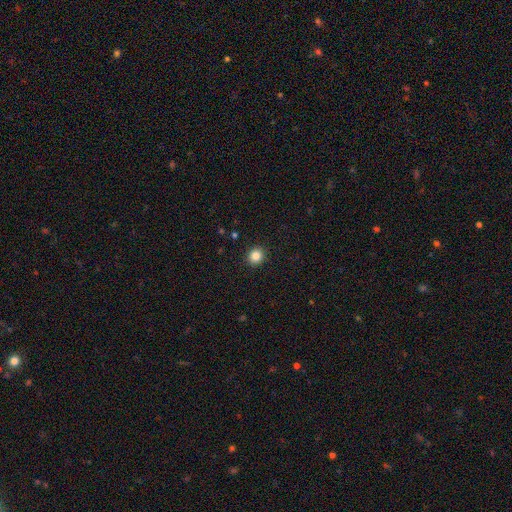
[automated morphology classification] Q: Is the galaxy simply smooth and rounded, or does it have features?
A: smooth — 85%.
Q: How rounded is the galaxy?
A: round — 85%.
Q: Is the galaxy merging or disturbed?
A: none — 92%.